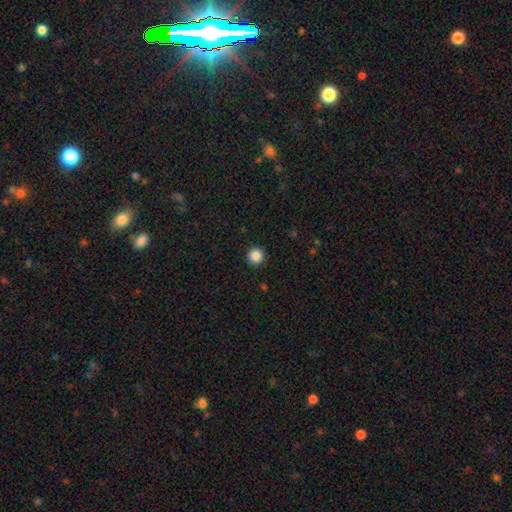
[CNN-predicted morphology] A smooth galaxy with no disk features (87%) that is round (96%). Merging: none (93%).